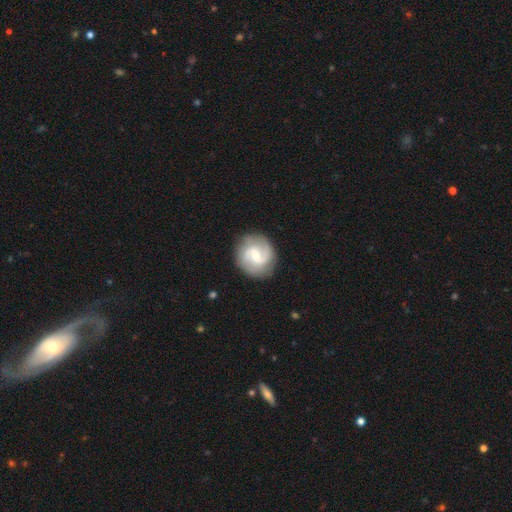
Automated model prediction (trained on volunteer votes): Smooth or featured? Predicted: featured or disk (p=0.80). Edge-on disk? Predicted: no (p=0.98). Bar? Predicted: weak (p=0.56). Spiral arms? Predicted: yes (p=0.94). Spiral winding? Predicted: medium (p=0.50). Spiral arm count? Predicted: 2 (p=0.87). Bulge size? Predicted: small (p=0.49). Merging? Predicted: none (p=0.85).